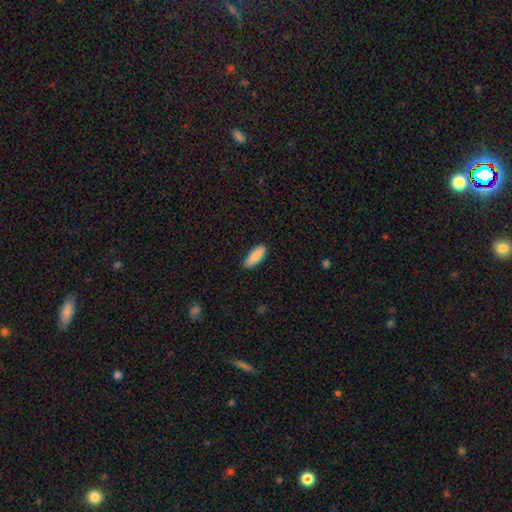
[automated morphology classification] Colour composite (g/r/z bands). It shows a smooth galaxy with no disk features (88%) that is in between round and cigar-shaped (67%). Merging: none (87%).